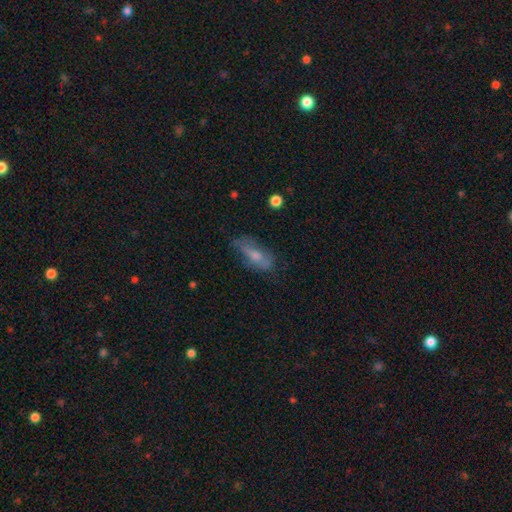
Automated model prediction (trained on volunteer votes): A smooth galaxy with no disk features (52%) that is in between round and cigar-shaped (70%).

Vote fractions:
- Smooth or featured? smooth: 52% / featured or disk: 39% / star or artifact: 9%
- How rounded? in between: 70% / cigar-shaped: 27% / round: 4%
- Merging? none: 57% / minor disturbance: 27% / major disturbance: 13% / merger: 2%